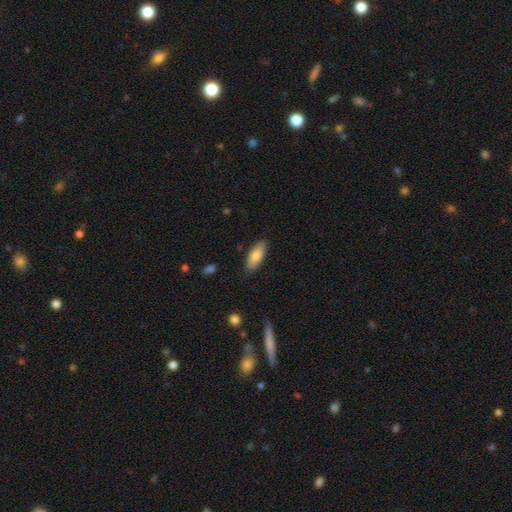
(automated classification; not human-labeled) This is clearly a smooth galaxy (82%). How rounded: clearly in between (80%). Merging: clearly none (85%).